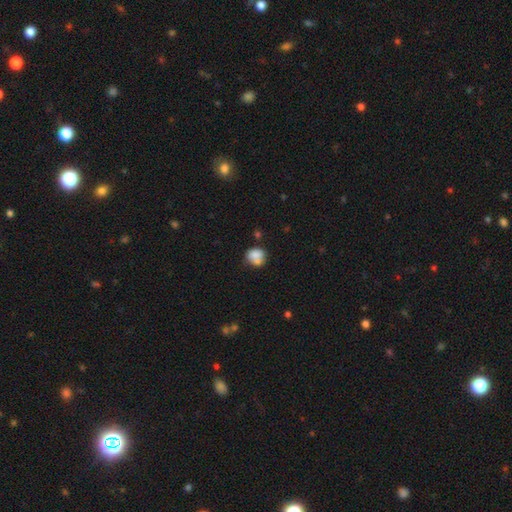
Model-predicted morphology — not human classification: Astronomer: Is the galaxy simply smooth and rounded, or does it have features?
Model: smooth — 77%.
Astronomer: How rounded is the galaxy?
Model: round — 68%.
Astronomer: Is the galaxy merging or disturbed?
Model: none — 43% (runner-up: merger, 32%).